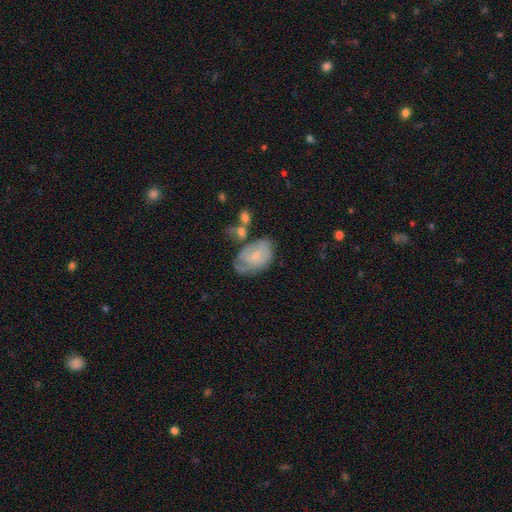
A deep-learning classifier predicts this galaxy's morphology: Smooth or featured? Predicted: smooth (p=0.46, tied with featured or disk). Merging? Predicted: none (p=0.39).